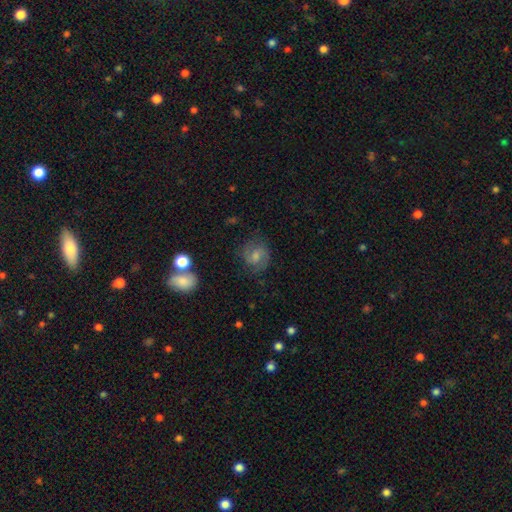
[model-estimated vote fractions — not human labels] The model was most divided on "bulge size": moderate: 44%, small: 33%, none: 14%, large: 7%, dominant: 1%. More confident: edge-on disk — no (97%); spiral arms — yes (87%); merging — none (73%); bar — weak (52%); smooth or featured — featured or disk (52%).